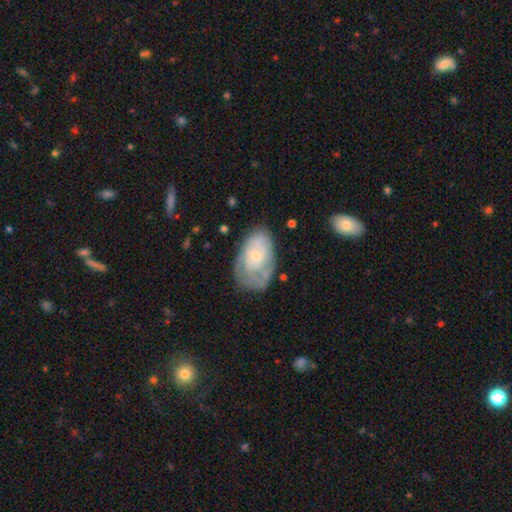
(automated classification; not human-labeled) This is possibly a featured or disk galaxy (59%). It is clearly not viewed edge-on (96%). Bar: likely no (78%). Spiral arm pattern: likely yes (72%). Central bulge: likely small (68%). Merging: possibly none (57%).